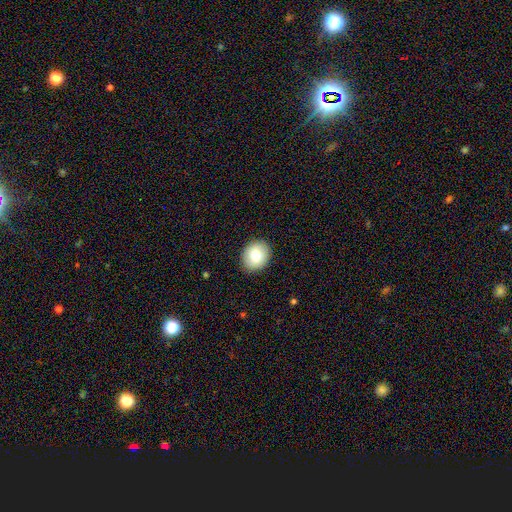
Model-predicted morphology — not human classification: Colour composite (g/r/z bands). It shows a smooth galaxy with no disk features (79%) that is round (57%). Merging: none (90%).